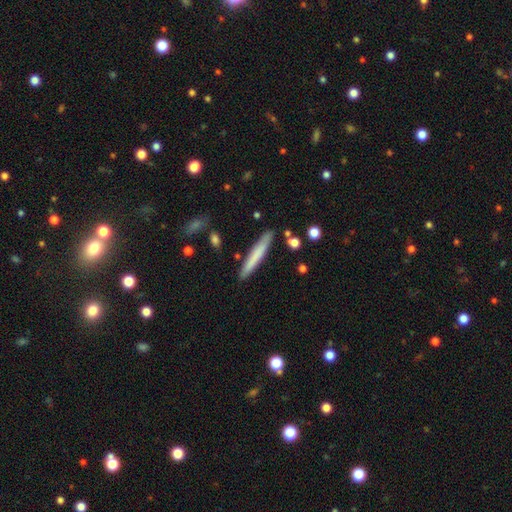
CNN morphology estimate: smooth 71%, featured or disk 23%, star or artifact 6%. Down the decision tree: how rounded — cigar-shaped (95%); merging — none (87%).